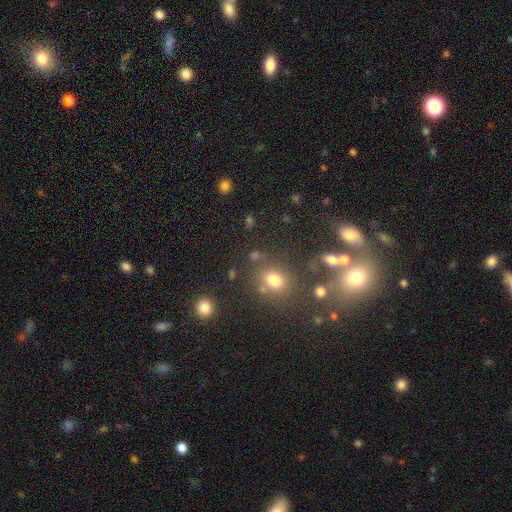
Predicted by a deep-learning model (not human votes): smooth-or-featured: smooth: 64% | star or artifact: 26% | featured or disk: 11%
  how-rounded: round: 67% | in between: 31% | cigar-shaped: 2%
  merging: none: 71% | merger: 12% | minor disturbance: 11% | major disturbance: 6%